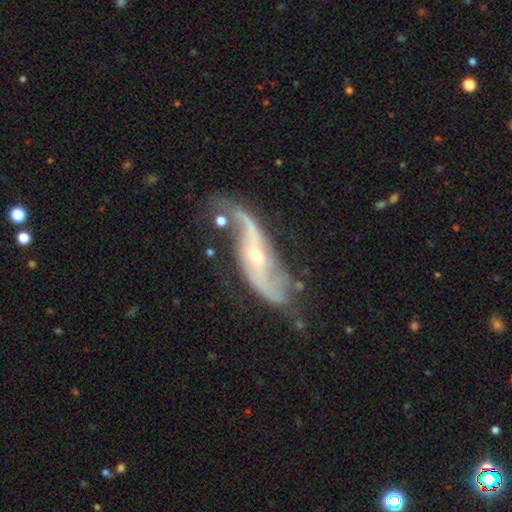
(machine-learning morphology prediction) Q: Smooth or featured?
A: featured or disk (86%); runner-up: smooth (8%)
Q: Edge-on disk?
A: no (89%); runner-up: yes (11%)
Q: Bar?
A: no (48%); runner-up: weak (32%)
Q: Spiral arms?
A: yes (93%); runner-up: no (7%)
Q: Spiral winding?
A: loose (77%); runner-up: medium (17%)
Q: Spiral arm count?
A: 2 (87%); runner-up: can't tell (5%)
Q: Bulge size?
A: small (50%); runner-up: moderate (46%)
Q: Merging?
A: none (51%); runner-up: minor disturbance (23%)